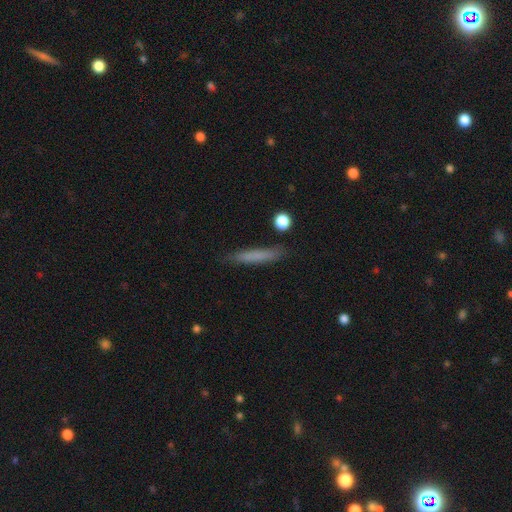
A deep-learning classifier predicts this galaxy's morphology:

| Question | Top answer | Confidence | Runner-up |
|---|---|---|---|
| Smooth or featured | smooth | 73% | featured or disk (20%) |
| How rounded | cigar-shaped | 93% | in between (6%) |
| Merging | none | 86% | minor disturbance (10%) |